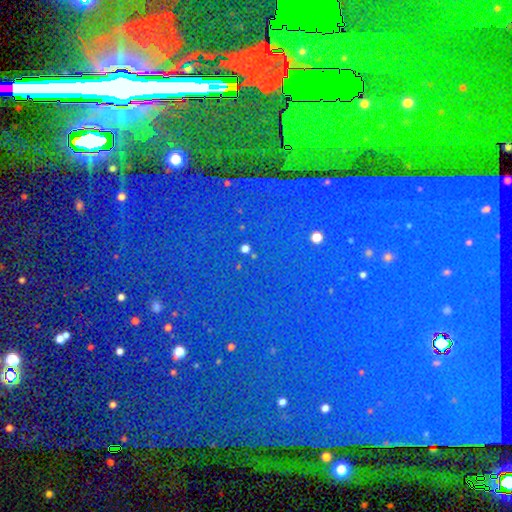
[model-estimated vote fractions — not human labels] smooth-or-featured: star or artifact: 85% | featured or disk: 8% | smooth: 7%